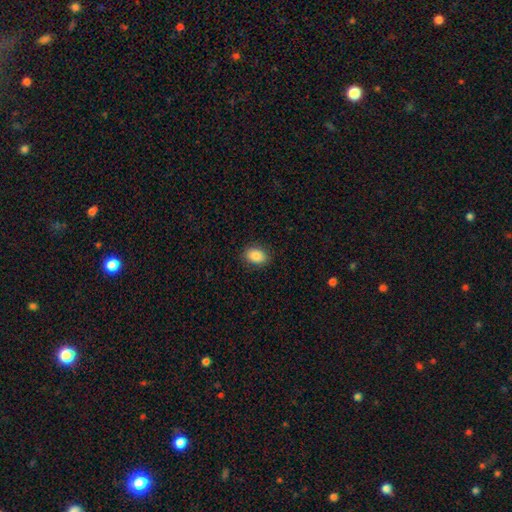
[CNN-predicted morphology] smooth 87%, star or artifact 8%, featured or disk 5%. Down the decision tree: how rounded — in between (78%); merging — none (88%).